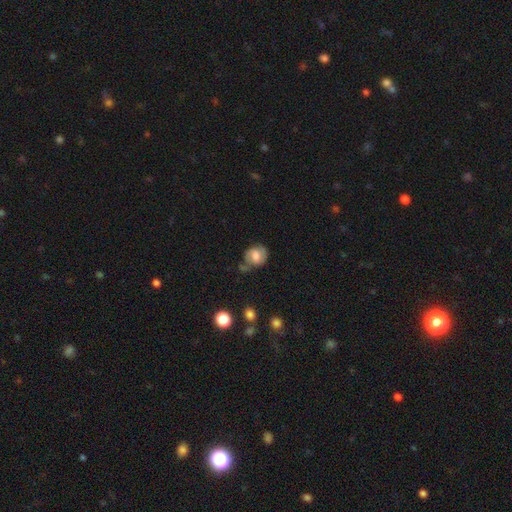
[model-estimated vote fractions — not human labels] Smooth or featured?
  - smooth: 49% *
  - featured or disk: 43%
  - star or artifact: 9%
Merging?
  - none: 57% *
  - minor disturbance: 26%
  - major disturbance: 10%
  - merger: 7%